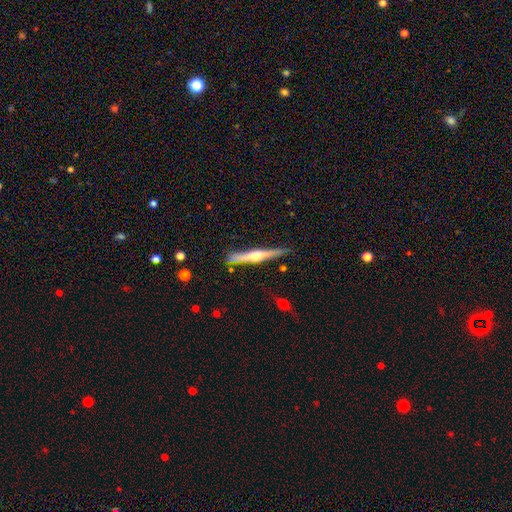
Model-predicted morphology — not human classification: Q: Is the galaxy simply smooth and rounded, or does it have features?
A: featured or disk — 69%.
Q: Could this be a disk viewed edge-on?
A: yes — 98%.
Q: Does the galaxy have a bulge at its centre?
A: rounded — 89%.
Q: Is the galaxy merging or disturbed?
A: none — 83%.